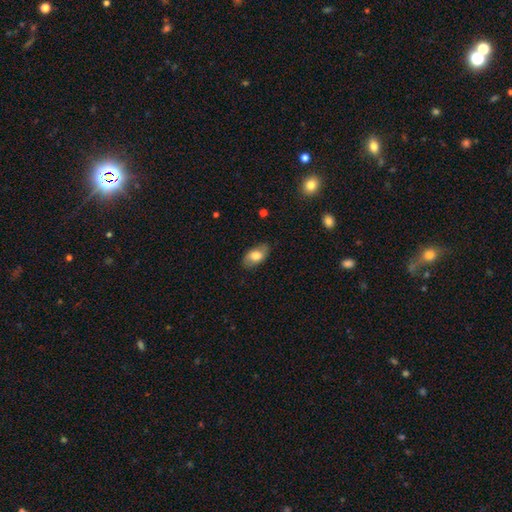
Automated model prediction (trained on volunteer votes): Q: Smooth or featured?
A: smooth (74%); runner-up: featured or disk (20%)
Q: How rounded?
A: in between (92%); runner-up: round (6%)
Q: Merging?
A: none (80%); runner-up: minor disturbance (16%)